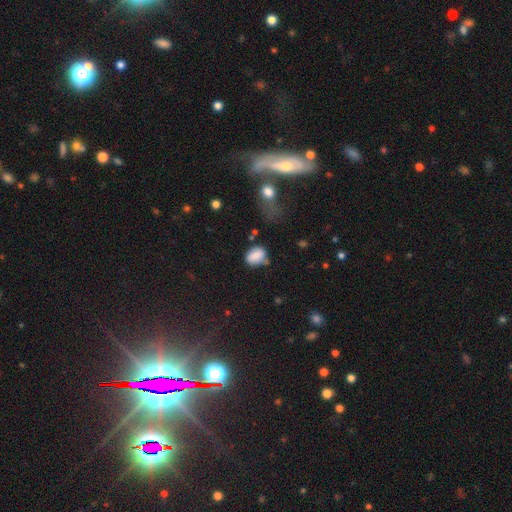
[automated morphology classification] The model was most divided on "merging": none: 59%, minor disturbance: 24%, merger: 10%, major disturbance: 7%. More confident: smooth or featured — smooth (83%); how rounded — in between (71%).